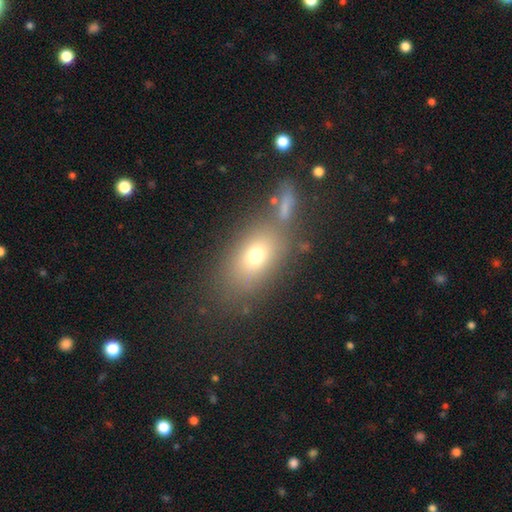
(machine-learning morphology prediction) Smooth or featured?
  - smooth: 69% *
  - featured or disk: 17%
  - star or artifact: 13%
How rounded?
  - in between: 78% *
  - round: 18%
  - cigar-shaped: 4%
Merging?
  - none: 66% *
  - merger: 15%
  - minor disturbance: 12%
  - major disturbance: 6%